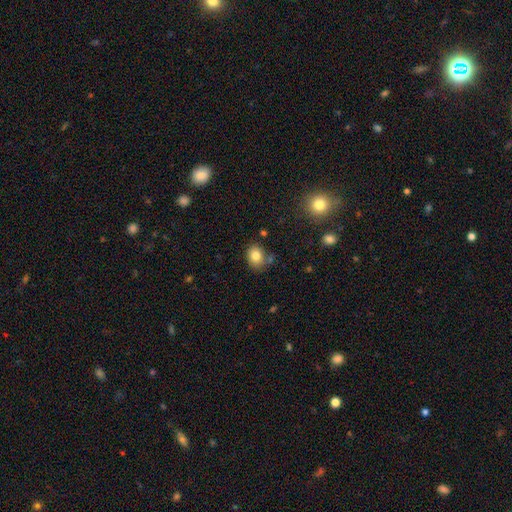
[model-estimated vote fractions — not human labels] Overall: smooth (81%). How rounded: round (55%; in between 44%). Merging: none (71%).